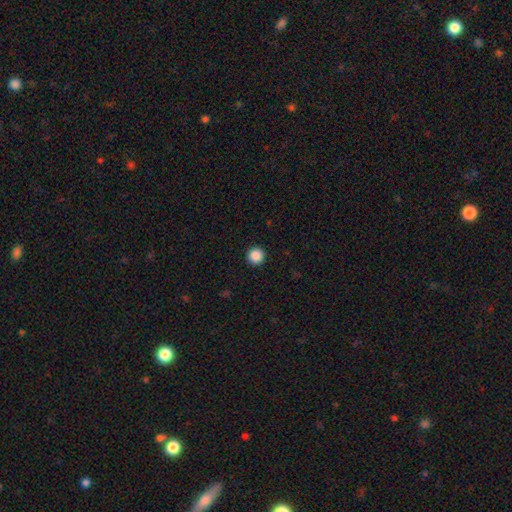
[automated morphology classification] type=smooth (88%); roundness=round (96%); merging=none (94%).